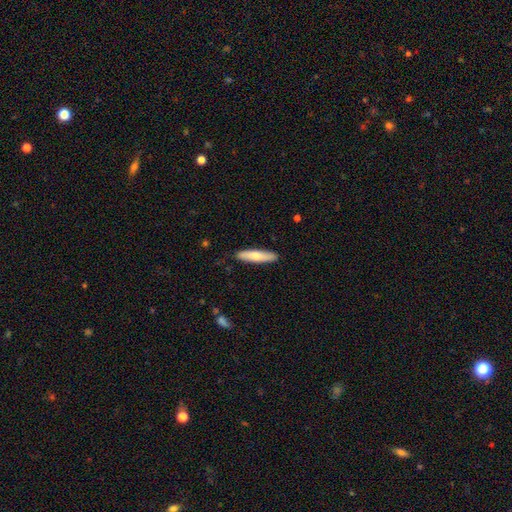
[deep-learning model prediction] This is likely a smooth galaxy (71%). How rounded: likely cigar-shaped (78%). Merging: clearly none (87%).